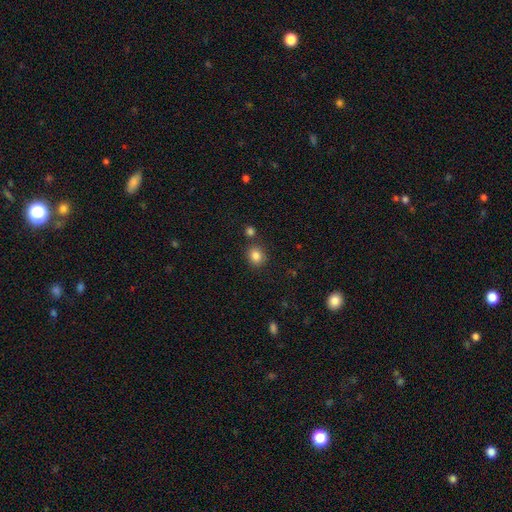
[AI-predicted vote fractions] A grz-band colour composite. It shows a smooth galaxy with no disk features (84%) that is round (71%). Merging: none (79%).